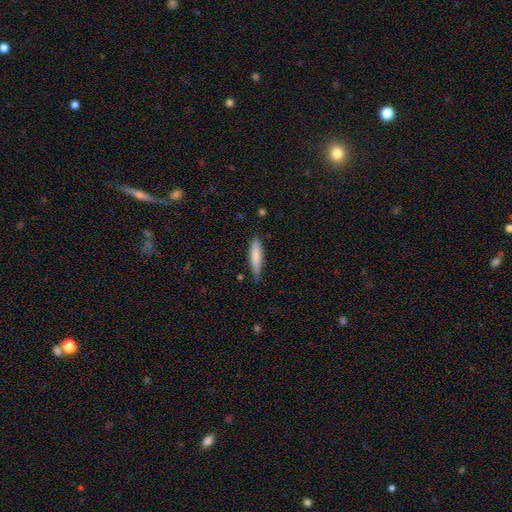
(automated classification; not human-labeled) A smooth galaxy with no disk features (81%) that is cigar-shaped (75%). Merging: none (79%).